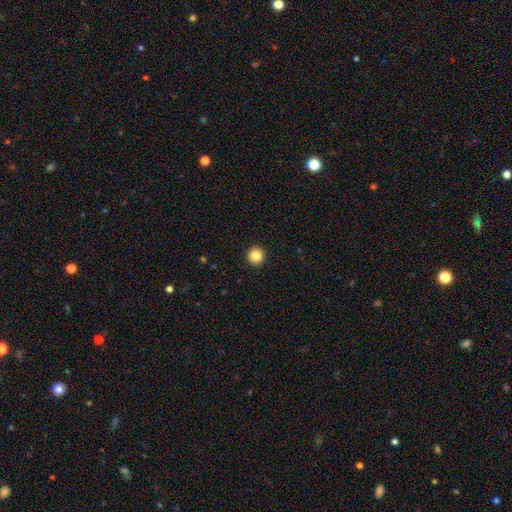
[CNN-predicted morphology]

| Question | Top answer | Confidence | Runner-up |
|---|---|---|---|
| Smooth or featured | smooth | 85% | star or artifact (10%) |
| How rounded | round | 95% | in between (4%) |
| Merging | none | 93% | minor disturbance (4%) |